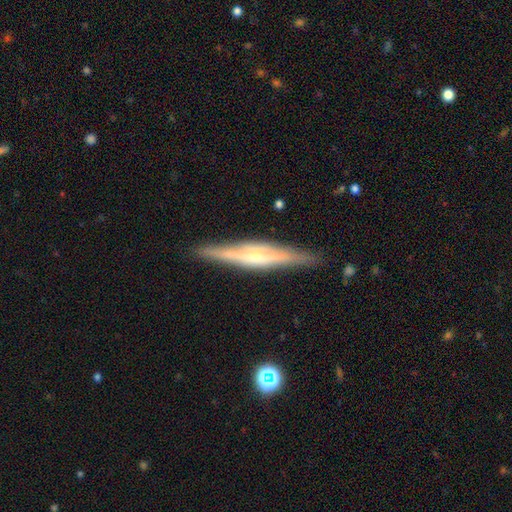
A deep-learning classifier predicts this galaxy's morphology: type=featured or disk (77%); edge-on=yes (97%); edge-on bulge=rounded (69%); merging=none (89%).